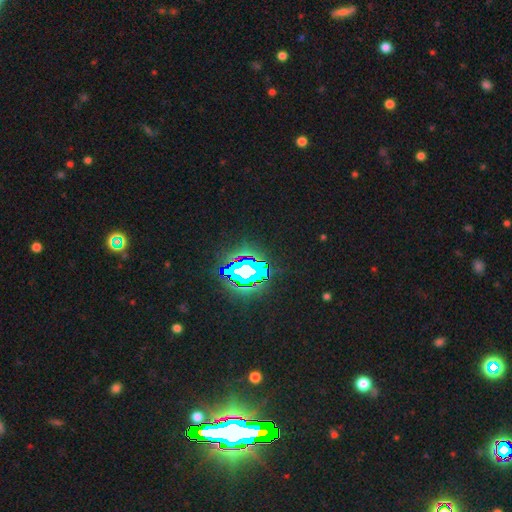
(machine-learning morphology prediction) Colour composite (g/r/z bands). It shows a star or artifact, not a galaxy (86%).